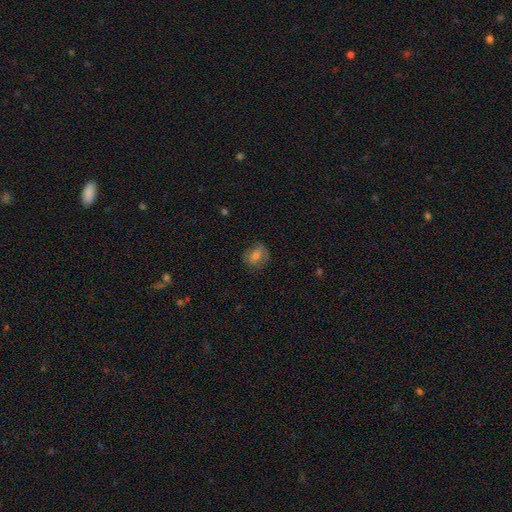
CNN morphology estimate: Smooth or featured: smooth — 61% (featured or disk — 26%)
How rounded: round — 60% (in between — 39%)
Merging: none — 76% (minor disturbance — 17%)